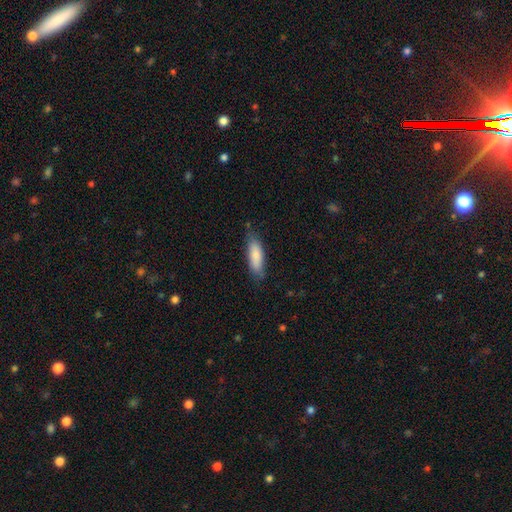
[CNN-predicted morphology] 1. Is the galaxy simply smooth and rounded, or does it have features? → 84% smooth, 10% featured or disk, 6% star or artifact.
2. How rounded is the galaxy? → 55% in between, 44% cigar-shaped, 2% round.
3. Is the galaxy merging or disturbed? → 74% none, 20% minor disturbance, 4% major disturbance, 2% merger.